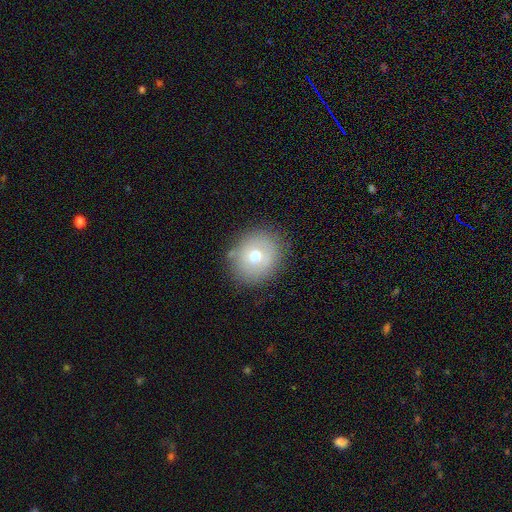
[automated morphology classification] smooth-or-featured: smooth: 64% | featured or disk: 24% | star or artifact: 12%
  how-rounded: round: 80% | in between: 19% | cigar-shaped: 1%
  merging: none: 81% | minor disturbance: 12% | major disturbance: 4% | merger: 2%